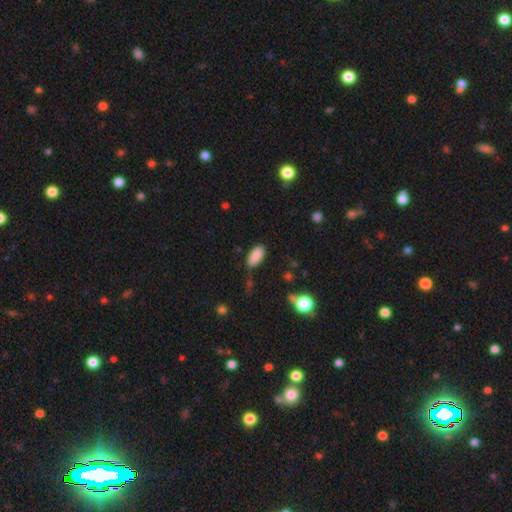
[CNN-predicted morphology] smooth 87%, star or artifact 8%, featured or disk 5%. Down the decision tree: how rounded — in between (92%); merging — none (72%).